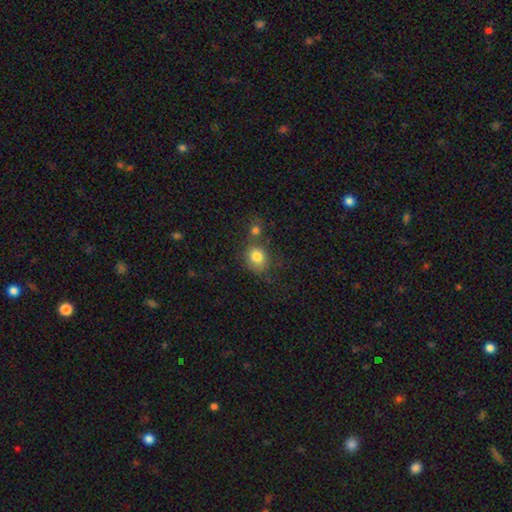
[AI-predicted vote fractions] A smooth galaxy with no disk features (78%) that is round (72%). Merging: none (60%).